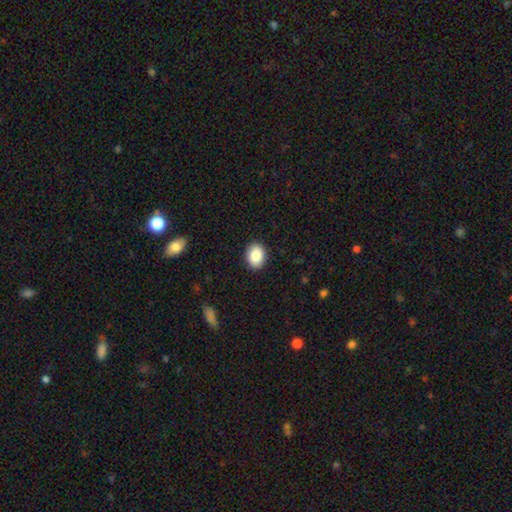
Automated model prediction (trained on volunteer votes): Q: Smooth or featured?
A: smooth (87%); runner-up: star or artifact (8%)
Q: How rounded?
A: in between (64%); runner-up: round (35%)
Q: Merging?
A: none (90%); runner-up: minor disturbance (7%)